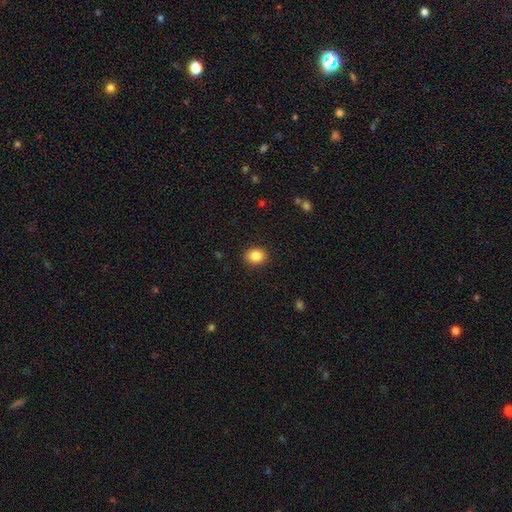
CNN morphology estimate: The model was most divided on "how rounded": round: 58%, in between: 41%, cigar-shaped: 1%. More confident: merging — none (90%); smooth or featured — smooth (86%).